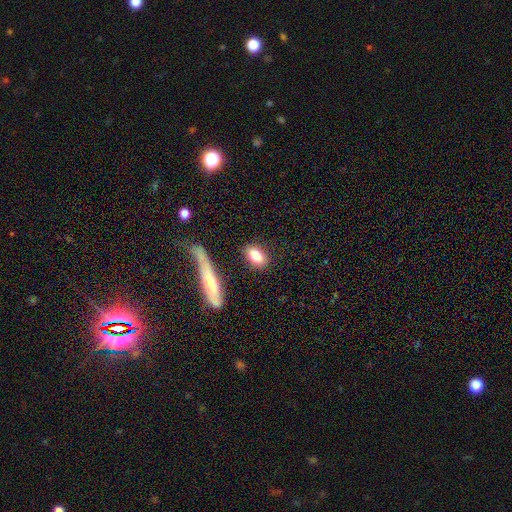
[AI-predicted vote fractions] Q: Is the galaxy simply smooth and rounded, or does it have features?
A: smooth — 79%.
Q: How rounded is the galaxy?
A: in between — 80%.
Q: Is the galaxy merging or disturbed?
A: none — 82%.